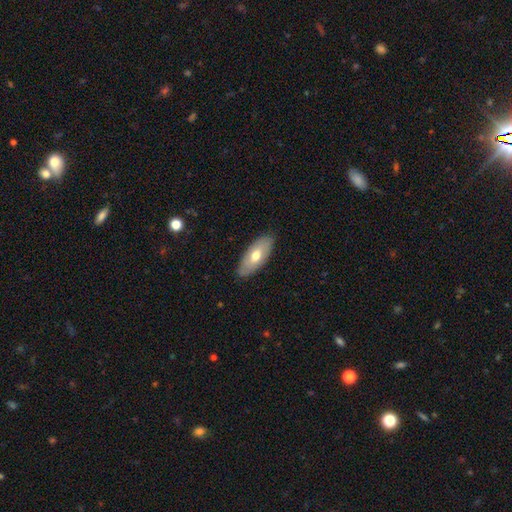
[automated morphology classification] Smooth or featured: smooth — 62% (featured or disk — 33%)
How rounded: in between — 84% (cigar-shaped — 13%)
Merging: none — 84% (minor disturbance — 13%)